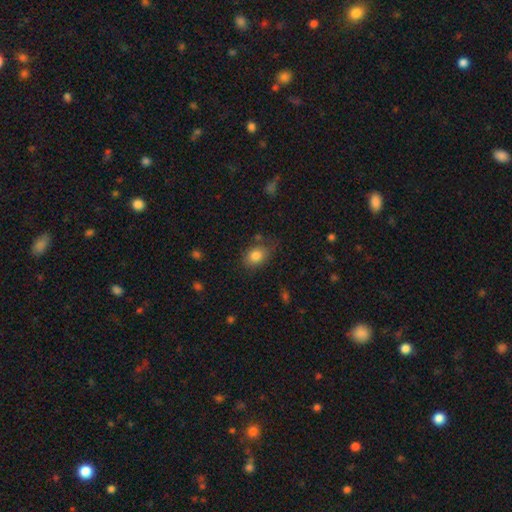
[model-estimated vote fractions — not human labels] Morphology: type=smooth (82%); roundness=in between (68%); merging=none (70%).